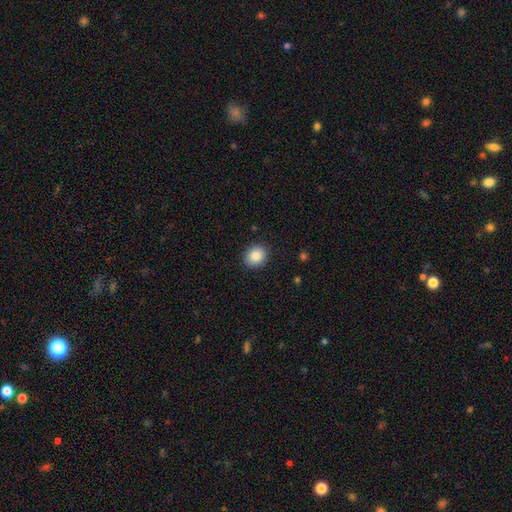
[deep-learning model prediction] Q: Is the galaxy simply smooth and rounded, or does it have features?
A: smooth — 86%.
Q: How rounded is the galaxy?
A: round — 66%.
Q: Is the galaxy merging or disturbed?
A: none — 90%.